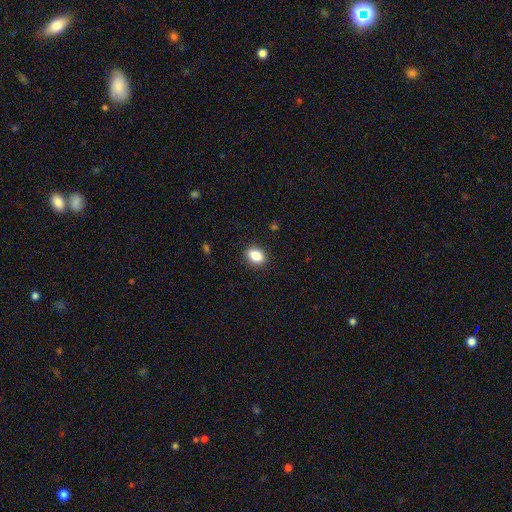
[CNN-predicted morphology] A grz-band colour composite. It shows a smooth galaxy with no disk features (86%) that is in between round and cigar-shaped (70%). Merging: none (89%).